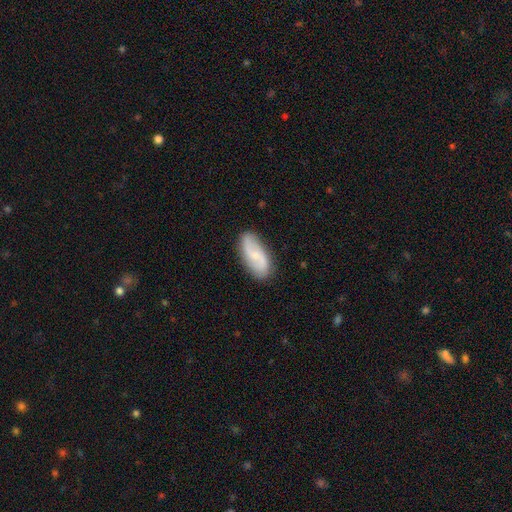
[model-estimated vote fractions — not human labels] Overall: featured or disk (63%; smooth 31%). Edge-on disk: no (94%). Bar: no (45%; weak 43%). Spiral arms: yes (92%). Spiral arm count: 2 (88%). Spiral winding: loose (53%; medium 33%). Bulge size: small (63%). Merging: none (83%).